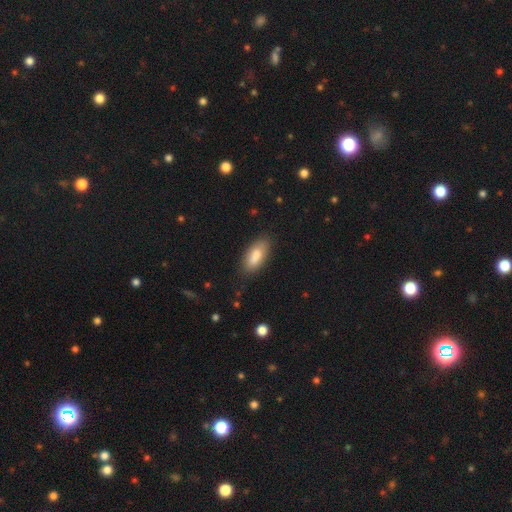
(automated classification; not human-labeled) Smooth or featured?
  - smooth: 82% *
  - featured or disk: 11%
  - star or artifact: 7%
How rounded?
  - in between: 83% *
  - cigar-shaped: 15%
  - round: 2%
Merging?
  - none: 80% *
  - minor disturbance: 15%
  - major disturbance: 3%
  - merger: 2%